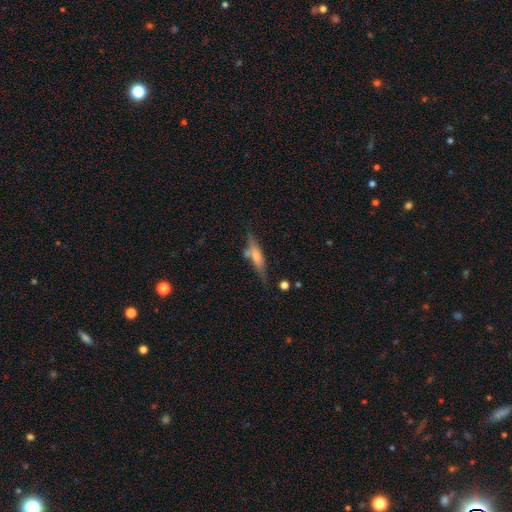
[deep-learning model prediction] The model was most divided on "smooth or featured": smooth: 47%, featured or disk: 45%, star or artifact: 8%. More confident: merging — none (60%).